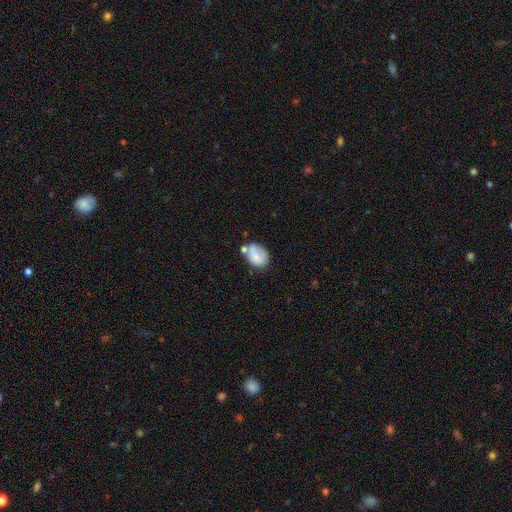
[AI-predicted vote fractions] smooth-or-featured: smooth: 69% | featured or disk: 23% | star or artifact: 8%
  how-rounded: in between: 66% | round: 33% | cigar-shaped: 1%
  merging: none: 42% | minor disturbance: 25% | merger: 23% | major disturbance: 10%